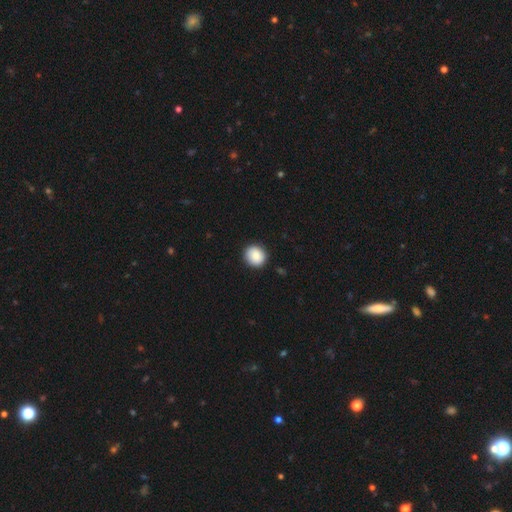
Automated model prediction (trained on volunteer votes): Overall: smooth (87%). How rounded: round (83%). Merging: none (90%).